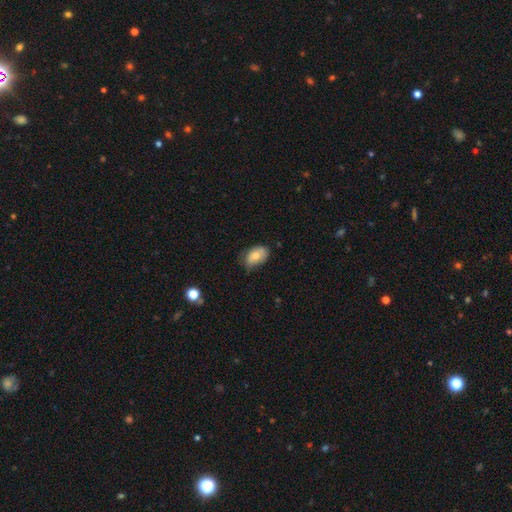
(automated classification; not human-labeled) Q: Smooth or featured?
A: smooth (78%); runner-up: featured or disk (14%)
Q: How rounded?
A: in between (90%); runner-up: round (8%)
Q: Merging?
A: none (57%); runner-up: minor disturbance (35%)